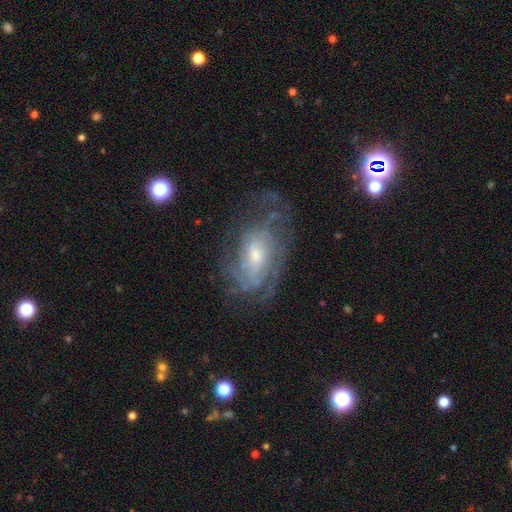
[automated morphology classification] The model was most divided on "bulge size": small: 47%, moderate: 43%, large: 5%, none: 3%, dominant: 1%. Remaining: edge-on disk — no (96%); spiral arms — yes (89%); smooth or featured — featured or disk (81%); merging — none (60%); bar — no (50%); spiral winding — tight (49%); spiral arm count — can't tell (44%).